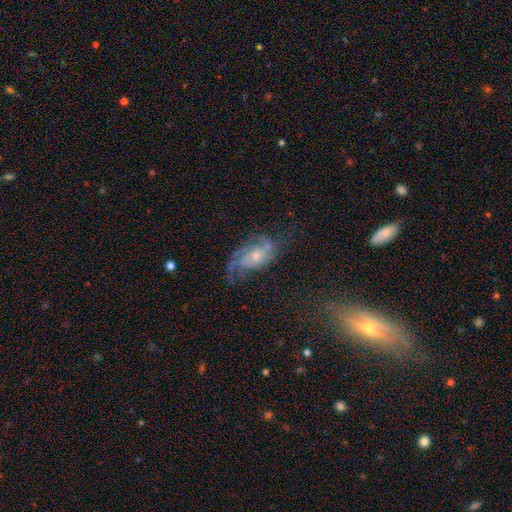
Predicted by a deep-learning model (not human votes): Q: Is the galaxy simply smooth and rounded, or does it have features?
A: featured or disk — 76%.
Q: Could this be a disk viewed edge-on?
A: no — 96%.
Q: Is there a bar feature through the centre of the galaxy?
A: no — 68%.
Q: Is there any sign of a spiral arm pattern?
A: yes — 90%.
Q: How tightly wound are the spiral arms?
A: medium — 43%.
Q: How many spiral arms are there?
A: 2 — 39%.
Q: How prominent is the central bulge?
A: small — 55%.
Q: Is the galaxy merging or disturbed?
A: none — 50%.